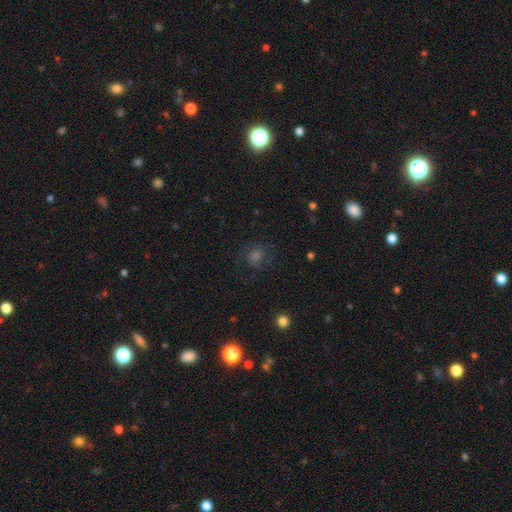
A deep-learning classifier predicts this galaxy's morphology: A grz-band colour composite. It shows a smooth galaxy with no disk features (46%). Merging: none (74%).